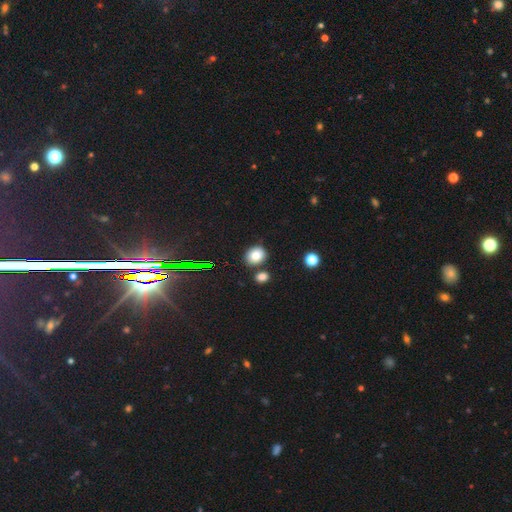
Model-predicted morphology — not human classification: The model was most divided on "how rounded": round: 58%, in between: 41%, cigar-shaped: 1%. More confident: smooth or featured — smooth (79%); merging — none (78%).